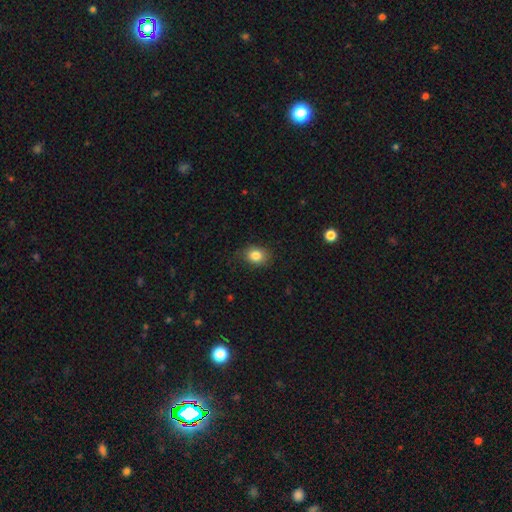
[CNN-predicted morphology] smooth 84%, star or artifact 10%, featured or disk 7%. Down the decision tree: how rounded — in between (56%); merging — none (80%).